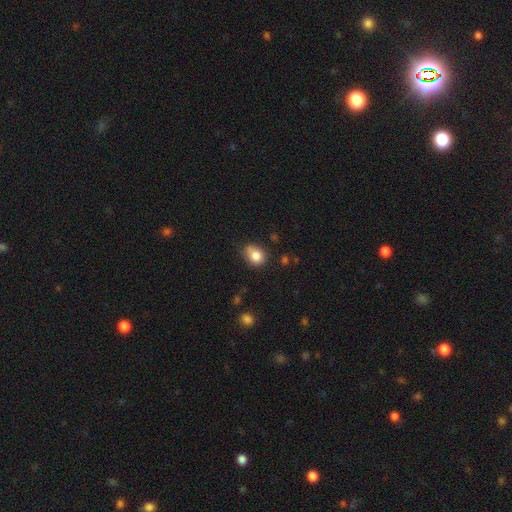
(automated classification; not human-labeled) smooth-or-featured: smooth: 81% | star or artifact: 10% | featured or disk: 9%
  how-rounded: round: 55% | in between: 44% | cigar-shaped: 1%
  merging: none: 59% | minor disturbance: 28% | merger: 7% | major disturbance: 6%